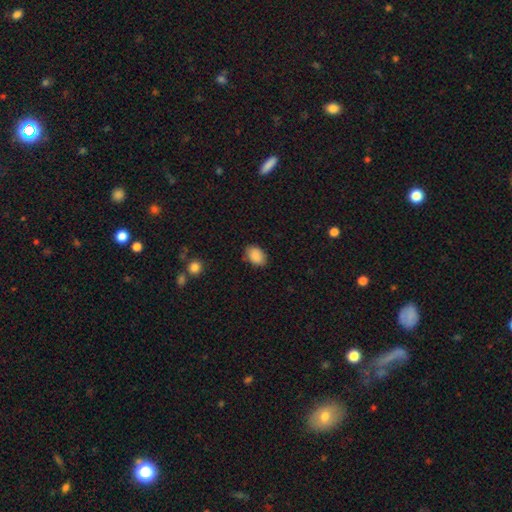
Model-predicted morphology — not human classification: Q: Smooth or featured?
A: smooth (89%); runner-up: star or artifact (8%)
Q: How rounded?
A: in between (82%); runner-up: round (17%)
Q: Merging?
A: none (83%); runner-up: minor disturbance (13%)